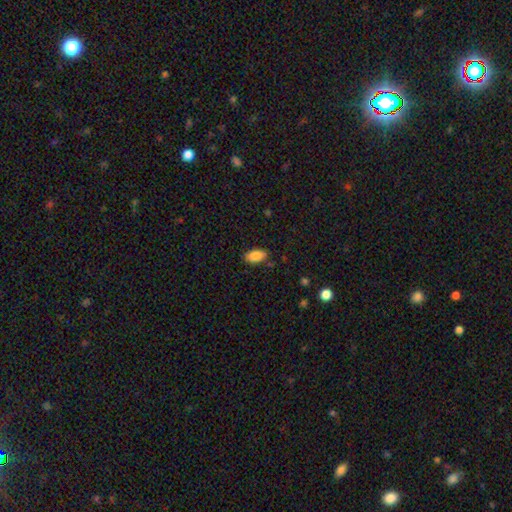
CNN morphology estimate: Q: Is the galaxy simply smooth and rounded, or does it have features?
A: smooth — 88%.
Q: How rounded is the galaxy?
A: in between — 92%.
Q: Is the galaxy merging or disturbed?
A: none — 85%.